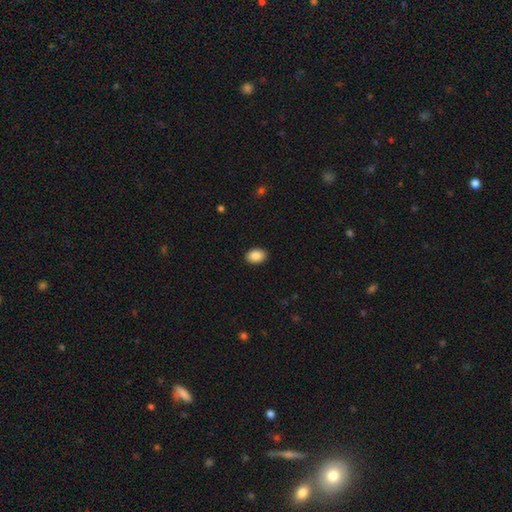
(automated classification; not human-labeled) Morphology: type=smooth (88%); roundness=in between (79%); merging=none (91%).